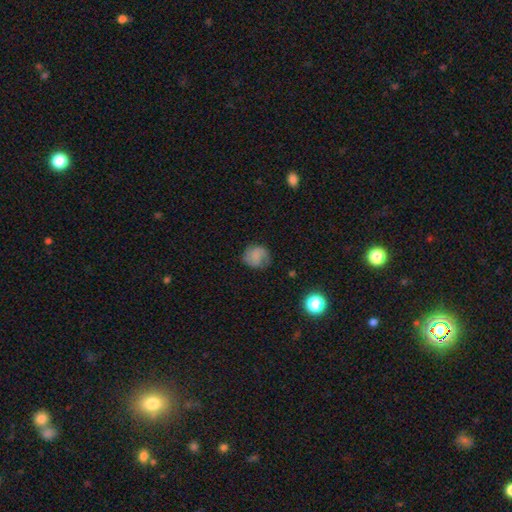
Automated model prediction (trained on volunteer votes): This appears to be a smooth galaxy with no disk features (63%) that is round (75%). Merging: none (64%).